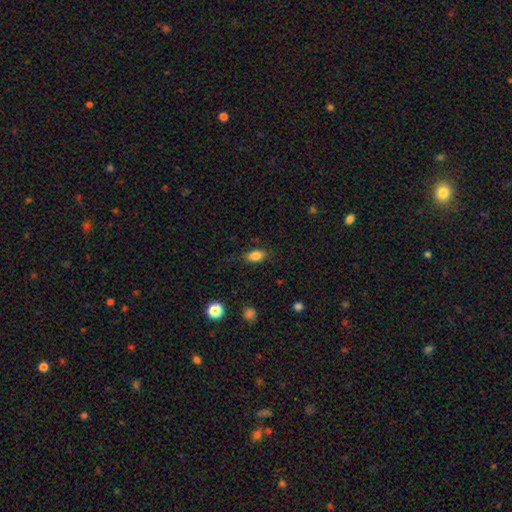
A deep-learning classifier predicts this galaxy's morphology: Smooth or featured? Predicted: smooth (p=0.83). How rounded? Predicted: in between (p=0.86). Merging? Predicted: none (p=0.80).